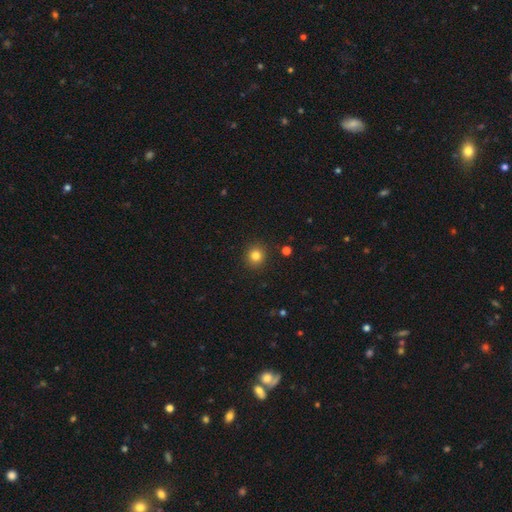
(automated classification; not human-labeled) Smooth or featured? smooth (82%)
How rounded? round (90%)
Merging? none (91%)